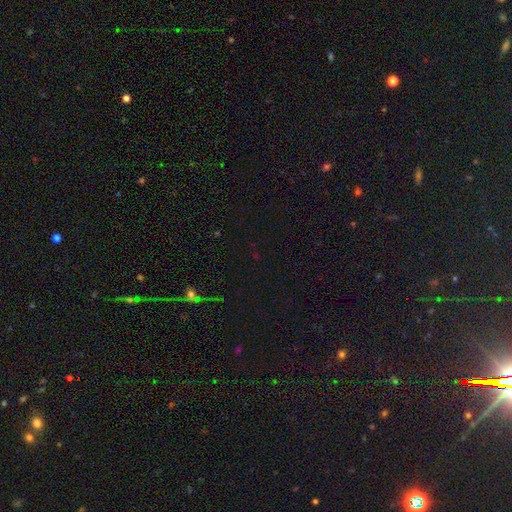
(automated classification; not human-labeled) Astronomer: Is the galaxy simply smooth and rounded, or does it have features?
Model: star or artifact — 69%.